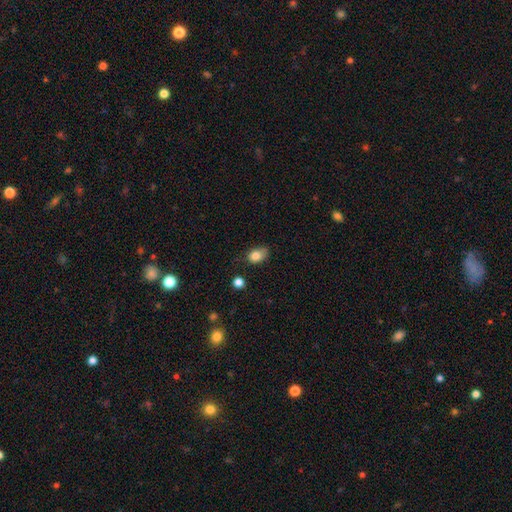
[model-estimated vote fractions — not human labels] Smooth or featured? smooth (83%)
How rounded? in between (74%)
Merging? none (56%)